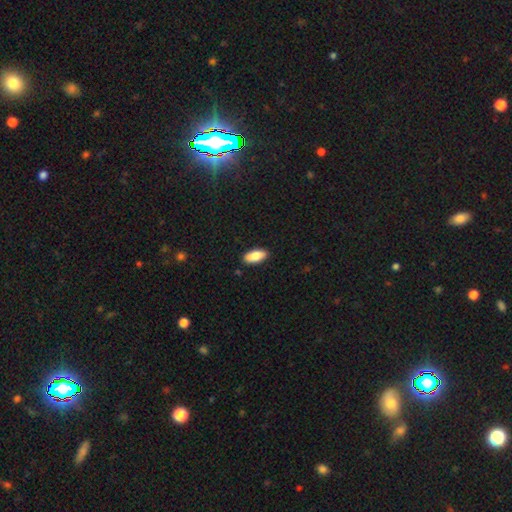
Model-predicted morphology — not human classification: A smooth galaxy with no disk features (84%) that is in between round and cigar-shaped (88%). Merging: none (88%).